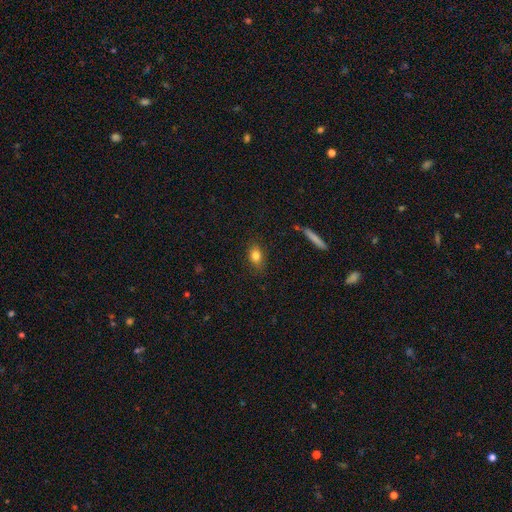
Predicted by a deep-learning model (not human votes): The model was most divided on "how rounded": in between: 73%, round: 21%, cigar-shaped: 6%. More confident: merging — none (83%); smooth or featured — smooth (81%).